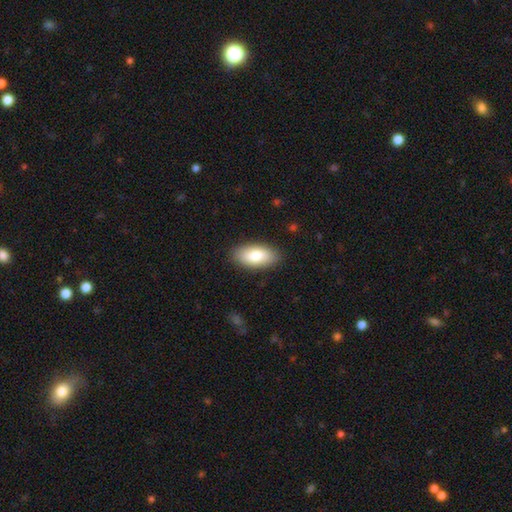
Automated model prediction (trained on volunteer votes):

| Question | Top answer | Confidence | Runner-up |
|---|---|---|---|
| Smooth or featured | smooth | 82% | featured or disk (12%) |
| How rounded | in between | 93% | cigar-shaped (5%) |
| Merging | none | 88% | minor disturbance (9%) |